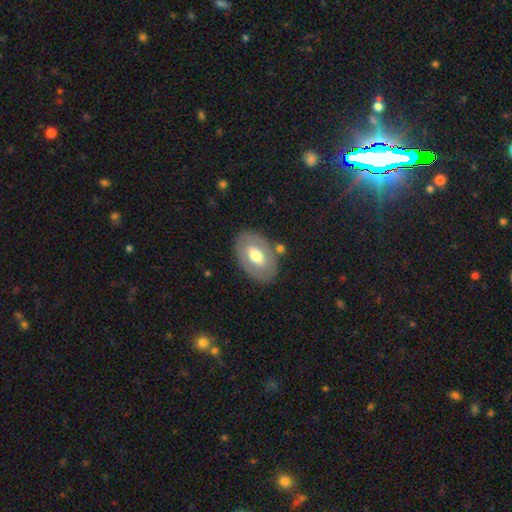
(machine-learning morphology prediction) Smooth or featured? smooth (48%)
Merging? none (79%)